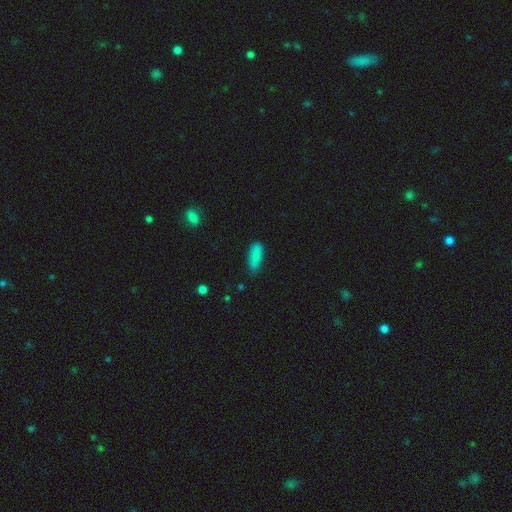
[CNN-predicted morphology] smooth_or_featured: smooth (p=0.85) [alt: star or artifact p=0.08]
how_rounded: in between (p=0.72) [alt: cigar-shaped p=0.26]
merging: none (p=0.69) [alt: minor disturbance p=0.24]